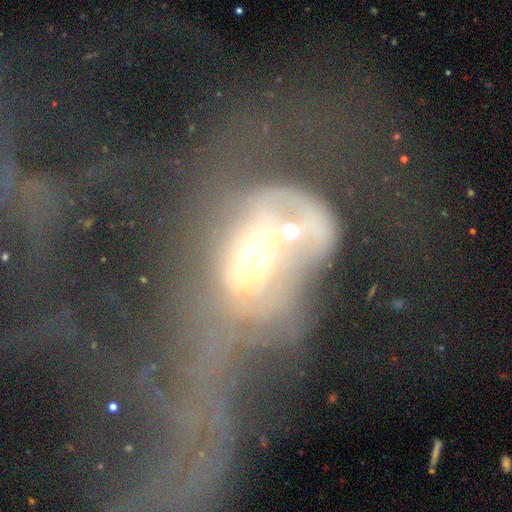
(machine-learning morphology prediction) Overall: featured or disk (62%; smooth 25%). Edge-on disk: no (93%). Bar: no (66%). Spiral arms: no (60%; yes 40%). Bulge size: moderate (63%). Merging: major disturbance (48%; merger 39%).